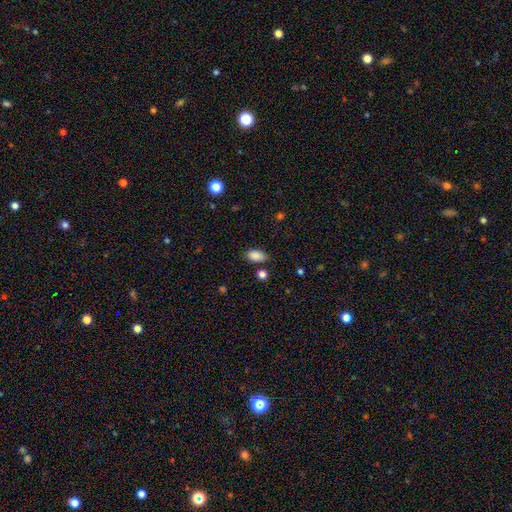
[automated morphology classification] Smooth or featured? smooth (87%)
How rounded? in between (90%)
Merging? none (75%)